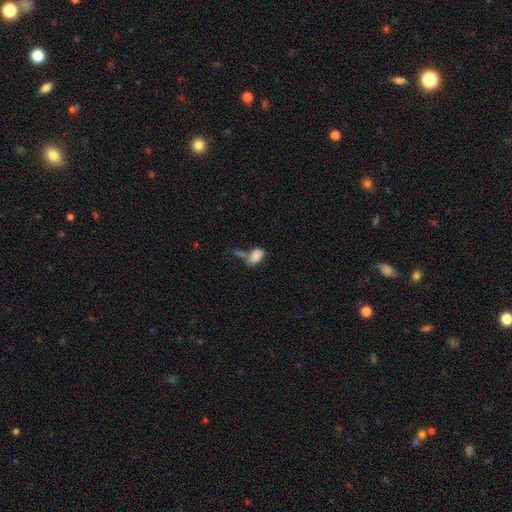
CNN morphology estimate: Overall: smooth (83%). How rounded: in between (90%). Merging: merger (36%; none 34%).